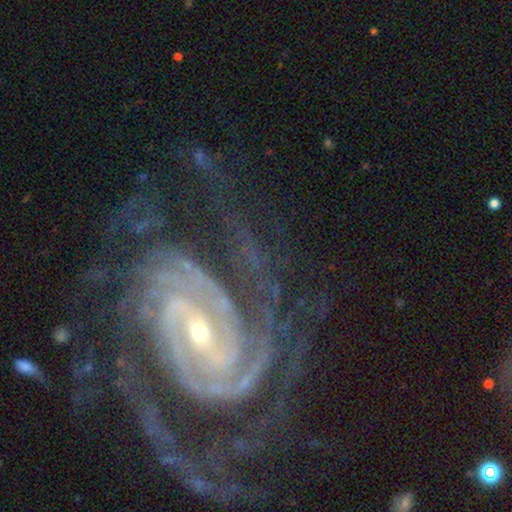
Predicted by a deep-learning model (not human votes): Smooth or featured?
  - featured or disk: 93% *
  - star or artifact: 5%
  - smooth: 2%
Edge-on disk?
  - no: 97% *
  - yes: 3%
Bar?
  - strong: 41% *
  - weak: 36%
  - no: 23%
Spiral arms?
  - yes: 99% *
  - no: 1%
Spiral winding?
  - tight: 71% *
  - medium: 25%
  - loose: 4%
Spiral arm count?
  - 2: 30% *
  - 3: 18%
  - 4: 18%
  - can't tell: 13%
  - more than 4: 12%
  - 1: 9%
Bulge size?
  - small: 73% *
  - moderate: 24%
  - large: 2%
  - none: 1%
  - dominant: 1%
Merging?
  - none: 67% *
  - minor disturbance: 15%
  - major disturbance: 15%
  - merger: 3%